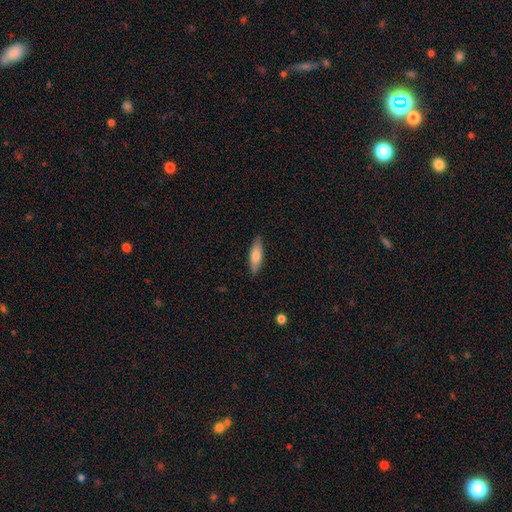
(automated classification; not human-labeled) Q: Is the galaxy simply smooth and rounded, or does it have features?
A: smooth — 74%.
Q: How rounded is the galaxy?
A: cigar-shaped — 50%.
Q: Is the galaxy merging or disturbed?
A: none — 86%.